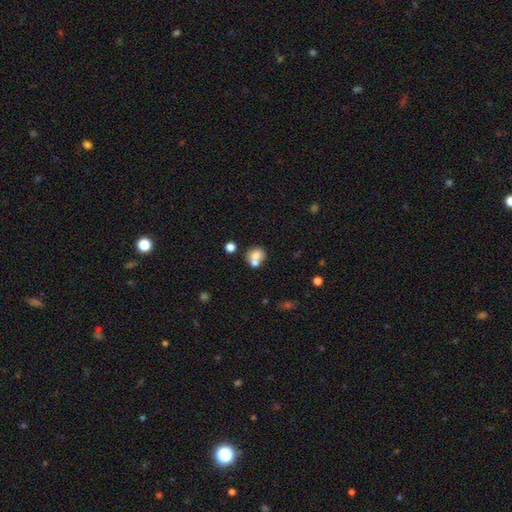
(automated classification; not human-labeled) Smooth or featured?
  - smooth: 75% *
  - featured or disk: 15%
  - star or artifact: 11%
How rounded?
  - round: 72% *
  - in between: 27%
  - cigar-shaped: 1%
Merging?
  - none: 44% *
  - merger: 41%
  - minor disturbance: 10%
  - major disturbance: 4%